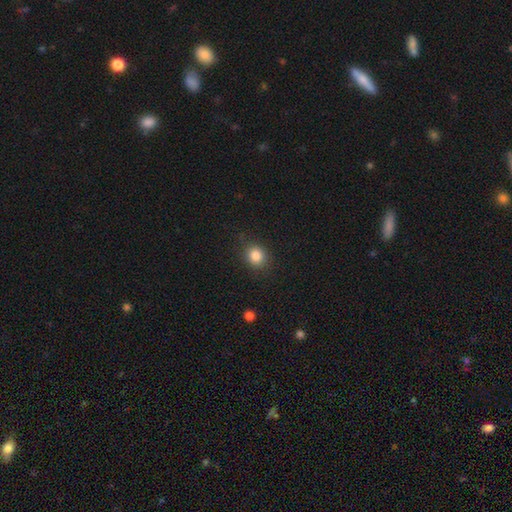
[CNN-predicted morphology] Smooth or featured? smooth (84%)
How rounded? round (76%)
Merging? none (86%)